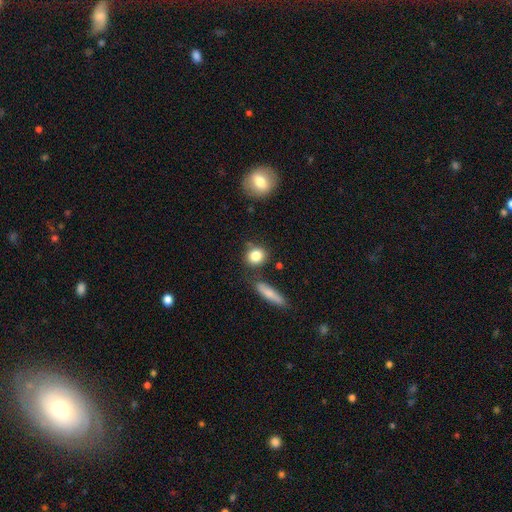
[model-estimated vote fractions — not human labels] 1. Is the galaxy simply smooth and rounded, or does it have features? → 83% smooth, 9% star or artifact, 8% featured or disk.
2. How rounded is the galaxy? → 73% round, 23% in between, 4% cigar-shaped.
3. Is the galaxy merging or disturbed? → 72% none, 14% minor disturbance, 10% merger, 4% major disturbance.